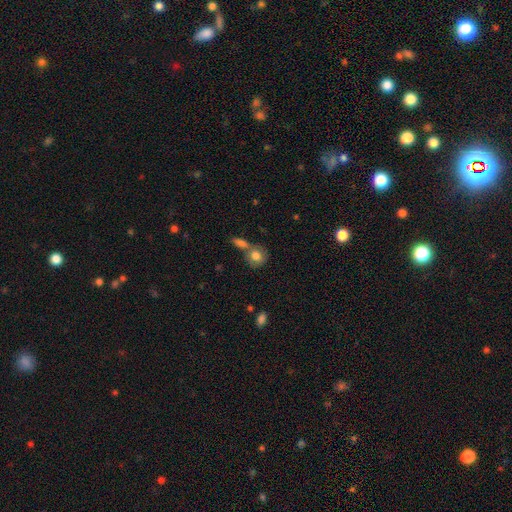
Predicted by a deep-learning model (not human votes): Smooth or featured? smooth (78%)
How rounded? round (70%)
Merging? none (45%)